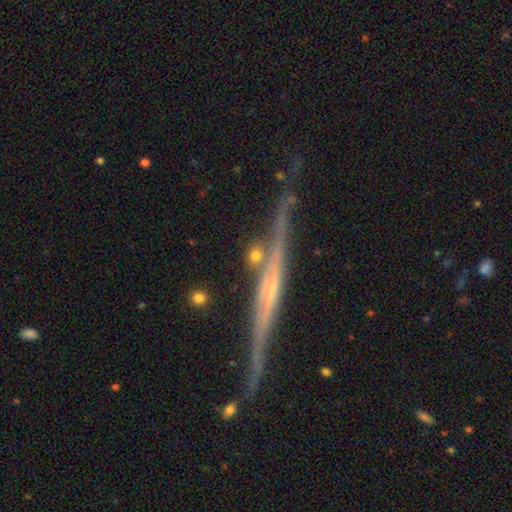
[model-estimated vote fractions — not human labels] This is possibly a smooth galaxy (54%). How rounded: likely round (61%). Merging: likely none (69%).